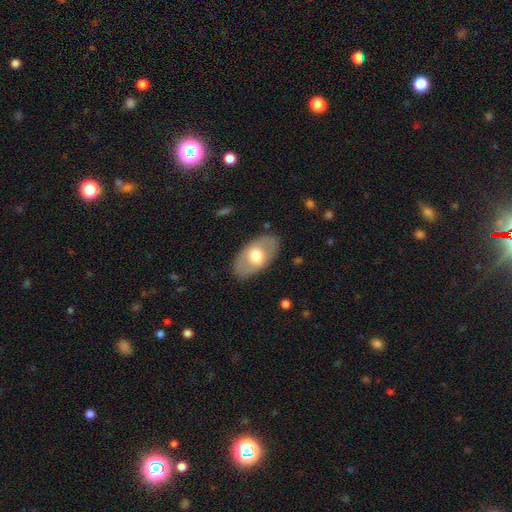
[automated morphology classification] The model was most divided on "smooth or featured": smooth: 54%, featured or disk: 40%, star or artifact: 5%. More confident: how rounded — in between (92%); merging — none (84%).